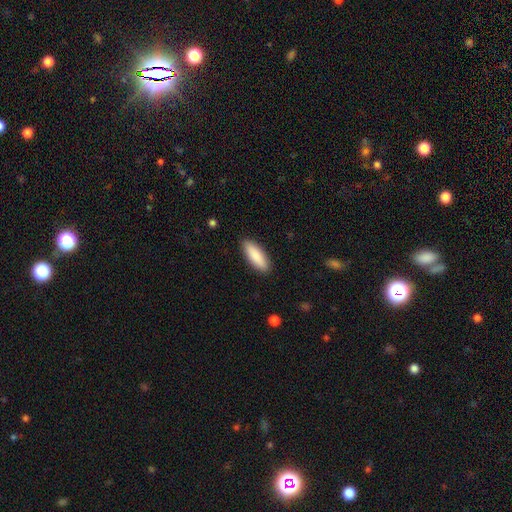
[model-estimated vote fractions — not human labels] The model was most divided on "how rounded": in between: 63%, cigar-shaped: 36%, round: 2%. More confident: merging — none (89%); smooth or featured — smooth (87%).